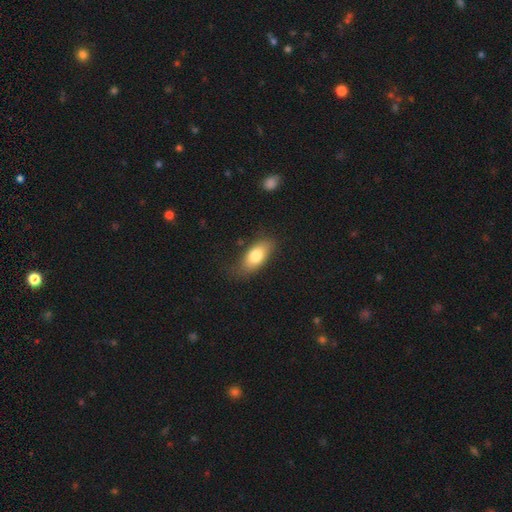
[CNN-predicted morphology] Smooth or featured: smooth — 78% (featured or disk — 16%)
How rounded: in between — 87% (cigar-shaped — 9%)
Merging: none — 72% (minor disturbance — 20%)